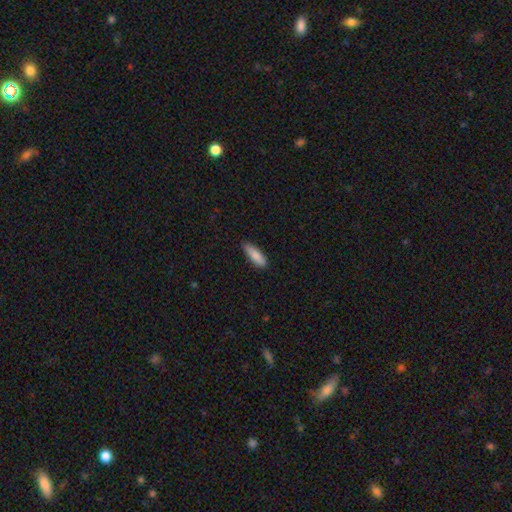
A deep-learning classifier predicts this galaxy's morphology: A smooth galaxy with no disk features (86%) that is cigar-shaped (53%). Merging: none (84%).